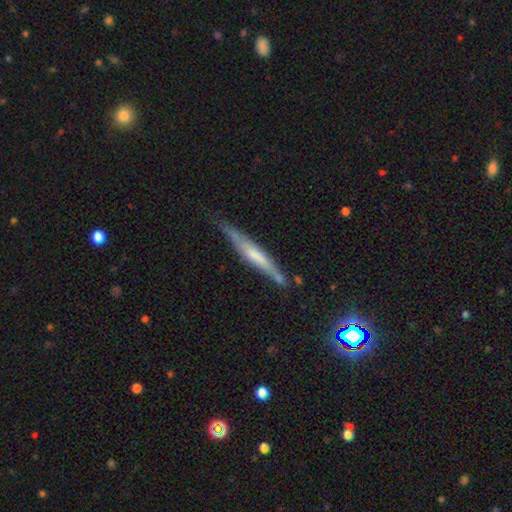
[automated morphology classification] This appears to be a featured or disk galaxy (56%) viewed edge-on (92%) with no central bulge (42%). Merging: none (73%).